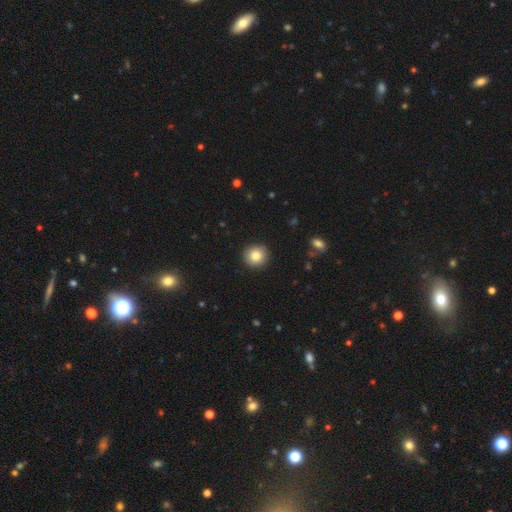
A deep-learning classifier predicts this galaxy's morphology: smooth_or_featured: smooth (p=0.84) [alt: star or artifact p=0.09]
how_rounded: round (p=0.91) [alt: in between p=0.08]
merging: none (p=0.91) [alt: minor disturbance p=0.06]